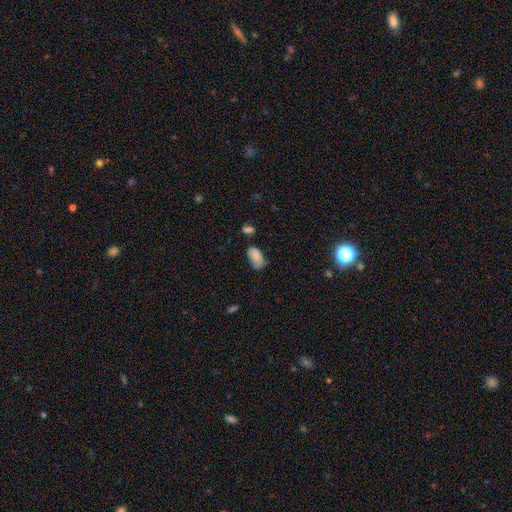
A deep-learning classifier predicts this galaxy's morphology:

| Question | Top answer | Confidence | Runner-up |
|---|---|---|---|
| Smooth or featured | smooth | 82% | star or artifact (9%) |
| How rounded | in between | 93% | round (5%) |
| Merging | none | 50% | minor disturbance (33%) |